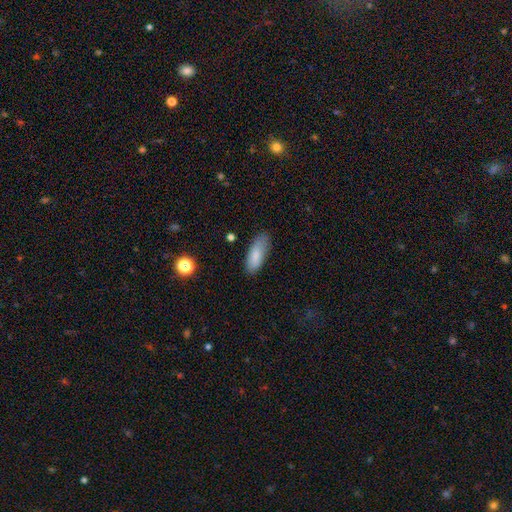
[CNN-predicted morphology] Smooth or featured?
  - smooth: 85% *
  - featured or disk: 8%
  - star or artifact: 7%
How rounded?
  - in between: 73% *
  - cigar-shaped: 25%
  - round: 2%
Merging?
  - none: 79% *
  - minor disturbance: 16%
  - major disturbance: 3%
  - merger: 1%